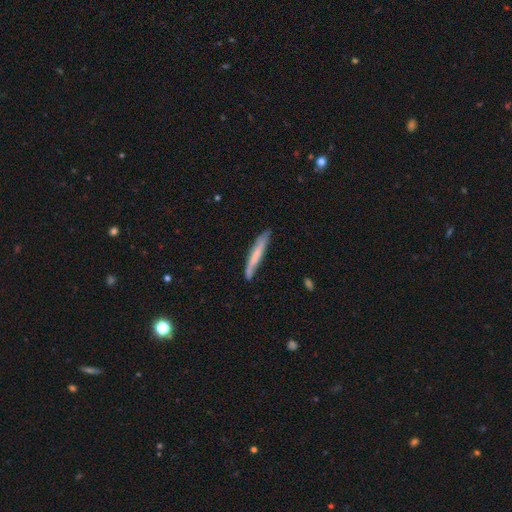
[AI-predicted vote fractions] A smooth galaxy with no disk features (60%) that is cigar-shaped (95%).

Vote fractions:
- Smooth or featured? smooth: 60% / featured or disk: 35% / star or artifact: 6%
- How rounded? cigar-shaped: 95% / in between: 4% / round: 1%
- Merging? none: 78% / minor disturbance: 17% / major disturbance: 3% / merger: 2%